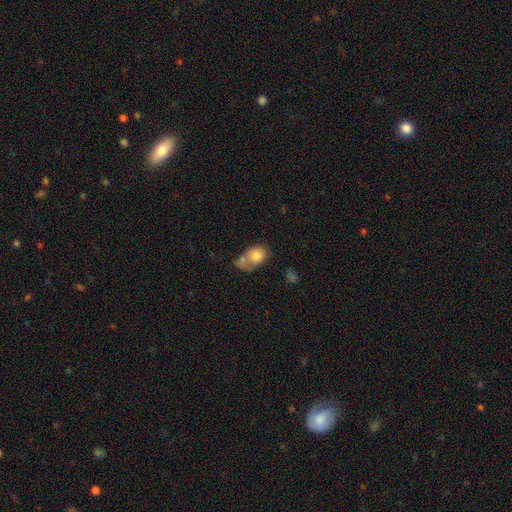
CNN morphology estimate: A smooth galaxy with no disk features (77%) that is in between round and cigar-shaped (58%).

Vote fractions:
- Smooth or featured? smooth: 77% / featured or disk: 15% / star or artifact: 8%
- How rounded? in between: 58% / round: 41% / cigar-shaped: 1%
- Merging? merger: 42% / none: 29% / minor disturbance: 17% / major disturbance: 12%